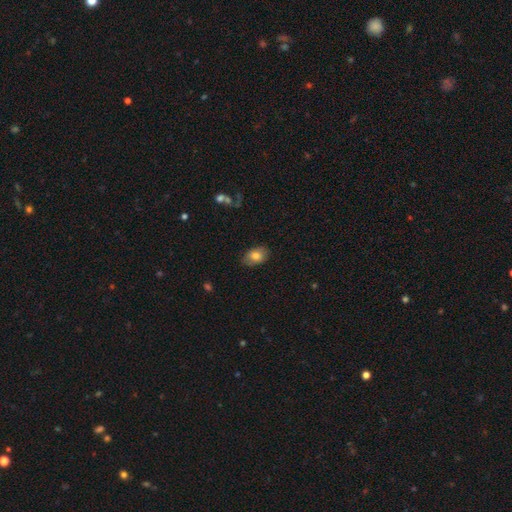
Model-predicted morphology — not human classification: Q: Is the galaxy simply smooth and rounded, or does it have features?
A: smooth — 80%.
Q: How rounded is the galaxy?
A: in between — 86%.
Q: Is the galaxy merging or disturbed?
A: none — 84%.